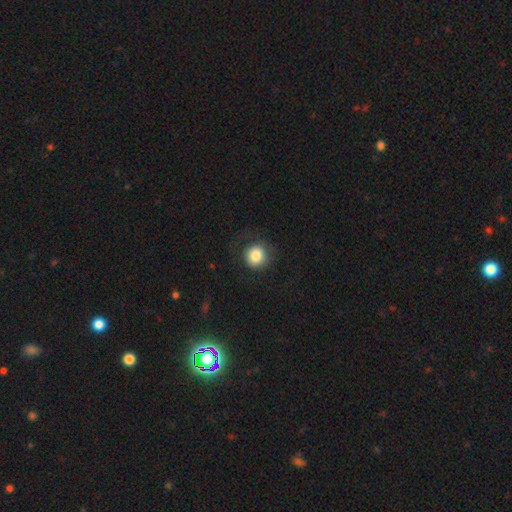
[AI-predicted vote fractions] smooth_or_featured: smooth (p=0.82) [alt: star or artifact p=0.10]
how_rounded: round (p=0.92) [alt: in between p=0.07]
merging: none (p=0.77) [alt: minor disturbance p=0.14]